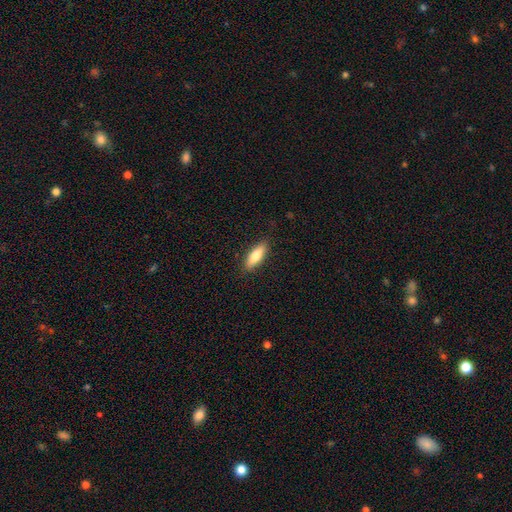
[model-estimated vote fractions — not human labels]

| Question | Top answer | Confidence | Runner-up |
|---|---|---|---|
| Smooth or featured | smooth | 75% | featured or disk (19%) |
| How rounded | in between | 57% | cigar-shaped (41%) |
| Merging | none | 88% | minor disturbance (9%) |